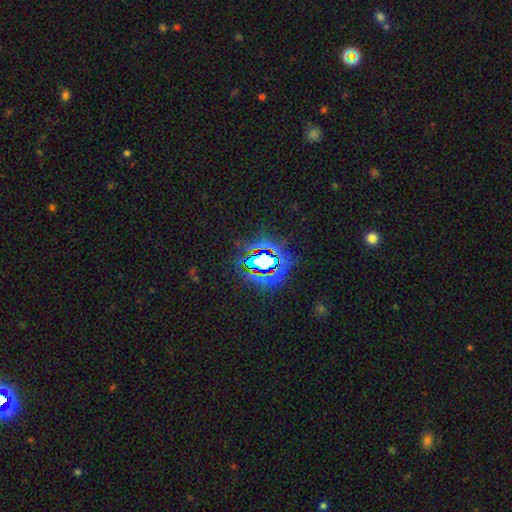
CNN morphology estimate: A star or artifact, not a galaxy (75%).